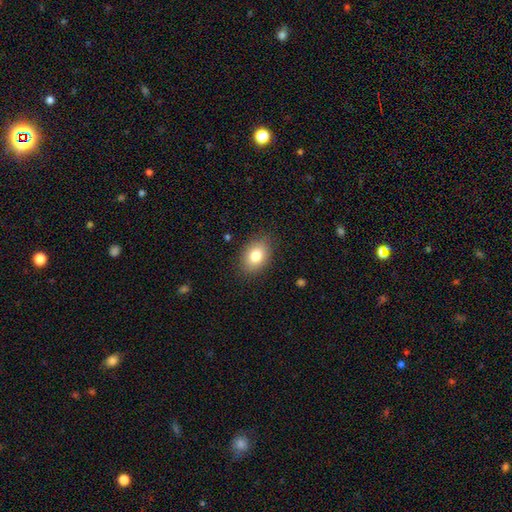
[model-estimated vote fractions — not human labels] Smooth or featured: smooth — 80% (featured or disk — 11%)
How rounded: in between — 75% (round — 24%)
Merging: none — 85% (minor disturbance — 11%)